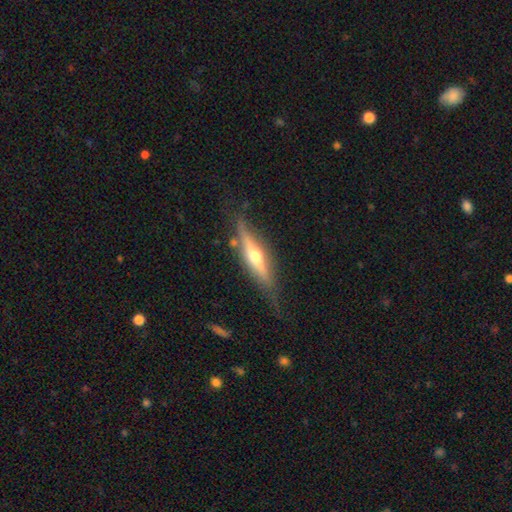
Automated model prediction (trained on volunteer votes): This appears to be a featured or disk galaxy (68%) viewed edge-on (94%) with a rounded central bulge (92%). Merging: none (76%).